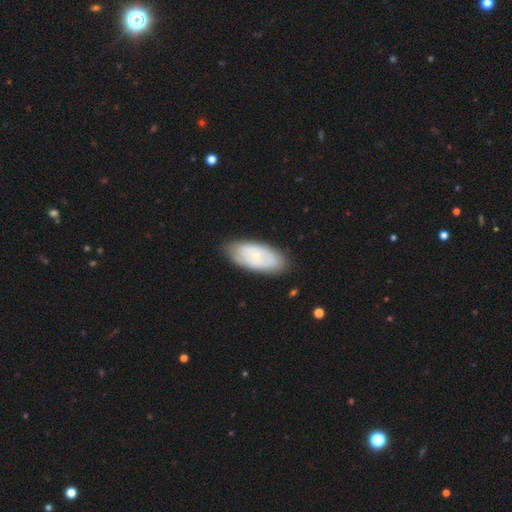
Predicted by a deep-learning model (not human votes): This appears to be a featured or disk galaxy (50%). Merging: none (81%).